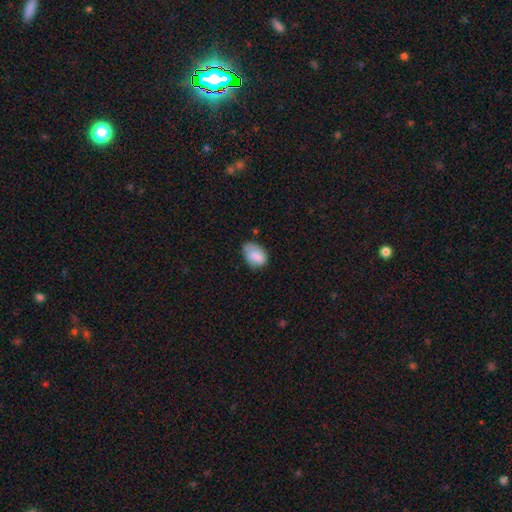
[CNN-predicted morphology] Smooth or featured? smooth (78%)
How rounded? in between (79%)
Merging? none (47%)